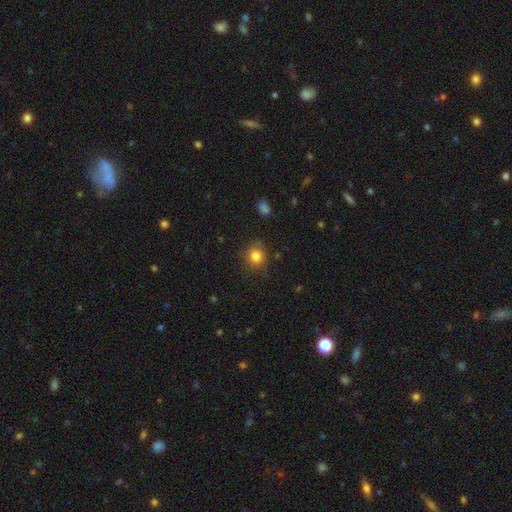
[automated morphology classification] type=smooth (83%); roundness=round (88%); merging=none (85%).